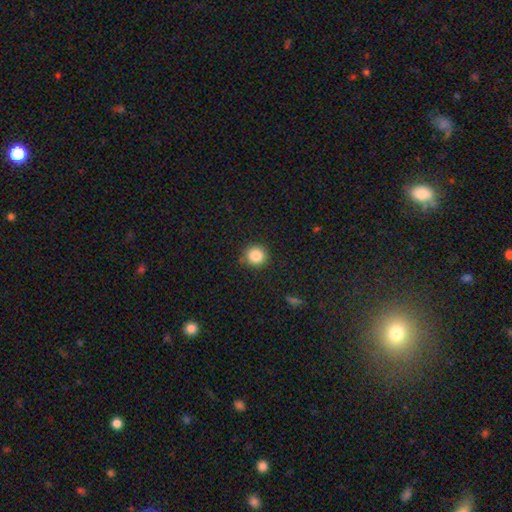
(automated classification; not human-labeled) This is clearly a smooth galaxy (85%). How rounded: clearly round (92%). Merging: clearly none (87%).